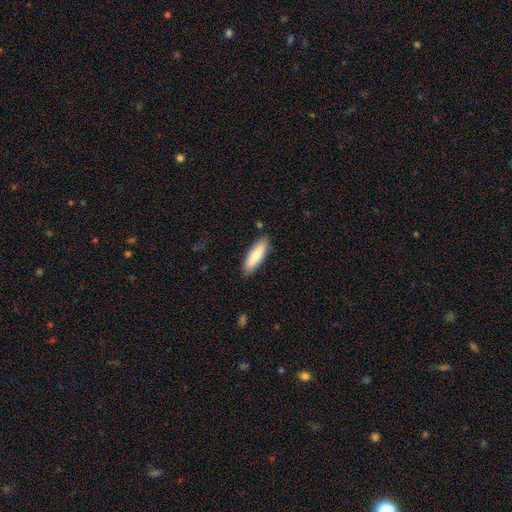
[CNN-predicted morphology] smooth_or_featured: smooth (p=0.80) [alt: featured or disk p=0.14]
how_rounded: cigar-shaped (p=0.52) [alt: in between p=0.47]
merging: none (p=0.85) [alt: minor disturbance p=0.11]